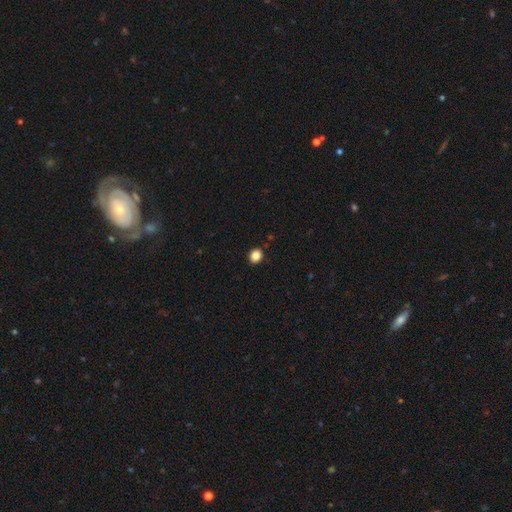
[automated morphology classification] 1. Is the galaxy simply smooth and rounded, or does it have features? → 85% smooth, 11% star or artifact, 4% featured or disk.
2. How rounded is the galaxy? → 63% round, 36% in between, 1% cigar-shaped.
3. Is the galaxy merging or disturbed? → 90% none, 7% minor disturbance, 2% major disturbance, 1% merger.